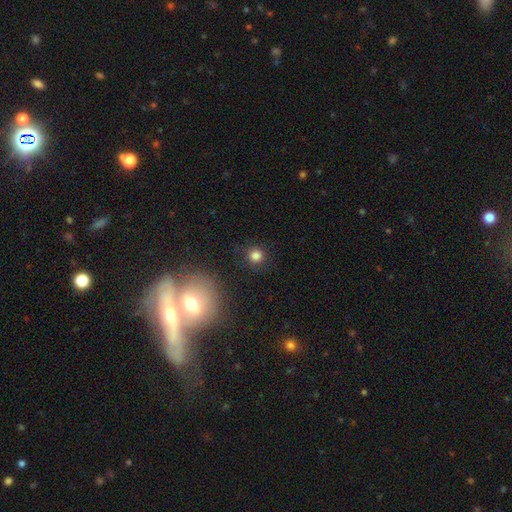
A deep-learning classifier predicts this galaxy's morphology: Smooth or featured? Predicted: smooth (p=0.81). How rounded? Predicted: round (p=0.92). Merging? Predicted: none (p=0.86).